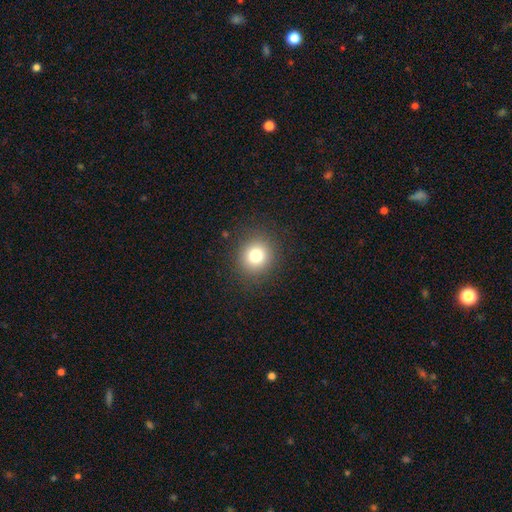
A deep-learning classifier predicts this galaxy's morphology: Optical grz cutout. It shows a smooth galaxy with no disk features (78%) that is round (89%). Merging: none (89%).